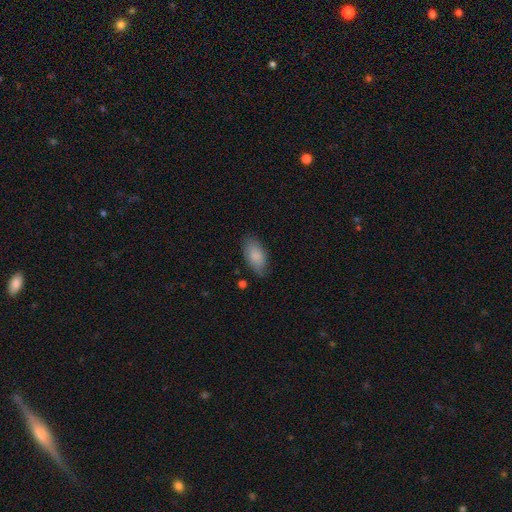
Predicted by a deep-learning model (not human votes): A smooth galaxy with no disk features (85%) that is in between round and cigar-shaped (93%).

Vote fractions:
- Smooth or featured? smooth: 85% / featured or disk: 9% / star or artifact: 6%
- How rounded? in between: 93% / cigar-shaped: 4% / round: 3%
- Merging? none: 78% / minor disturbance: 16% / major disturbance: 4% / merger: 2%